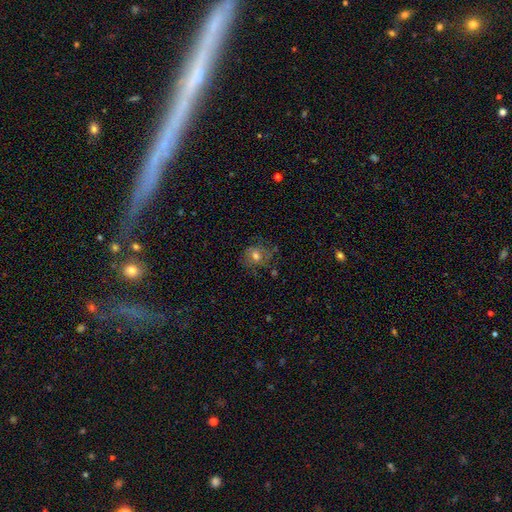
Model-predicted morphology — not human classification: The model was most divided on "smooth or featured": smooth: 62%, featured or disk: 26%, star or artifact: 12%. More confident: how rounded — round (69%); merging — none (64%).